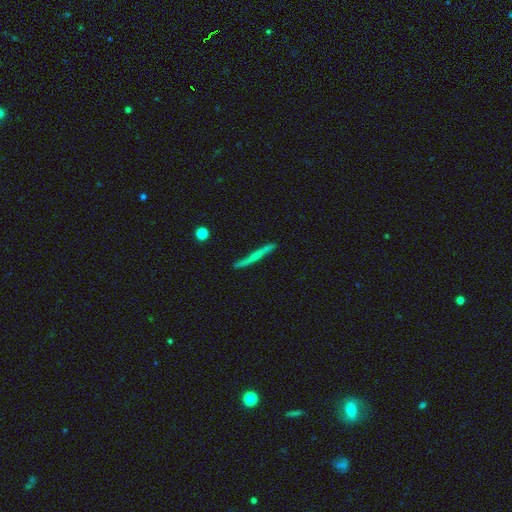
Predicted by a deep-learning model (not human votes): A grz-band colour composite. It shows a featured or disk galaxy (47%). Merging: none (81%).